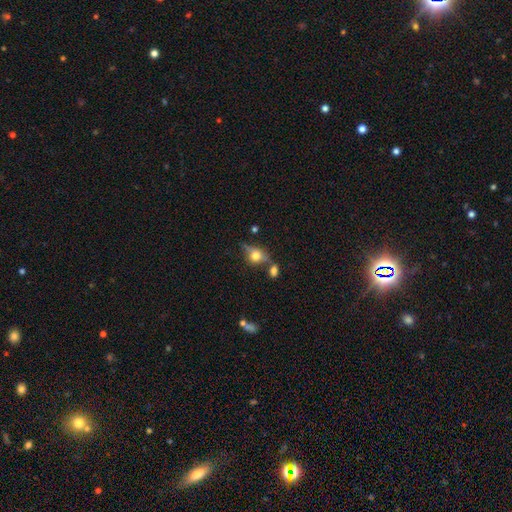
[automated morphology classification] smooth_or_featured: smooth (p=0.48) [alt: featured or disk p=0.40]
merging: none (p=0.60) [alt: minor disturbance p=0.17]